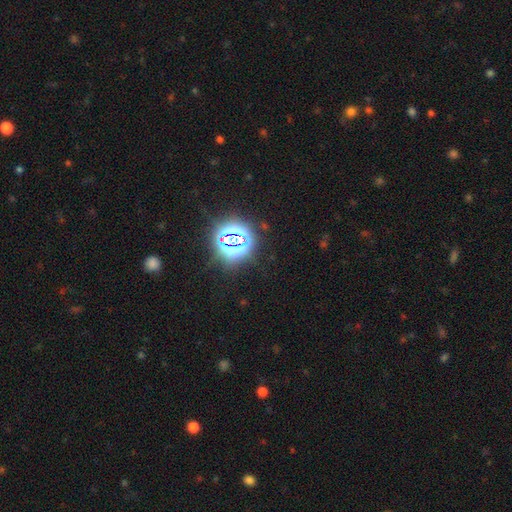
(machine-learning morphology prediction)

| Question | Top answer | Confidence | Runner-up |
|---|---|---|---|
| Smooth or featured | star or artifact | 79% | smooth (14%) |